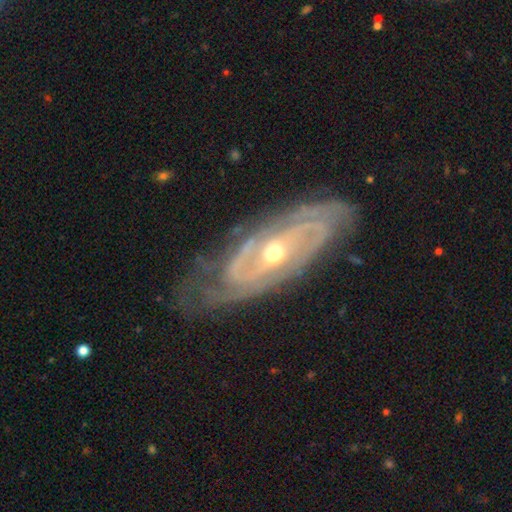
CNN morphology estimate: Smooth or featured? Predicted: featured or disk (p=0.89). Edge-on disk? Predicted: no (p=0.90). Bar? Predicted: no (p=0.58). Spiral arms? Predicted: yes (p=0.94). Spiral winding? Predicted: tight (p=0.67). Spiral arm count? Predicted: 2 (p=0.41). Bulge size? Predicted: moderate (p=0.64). Merging? Predicted: none (p=0.71).